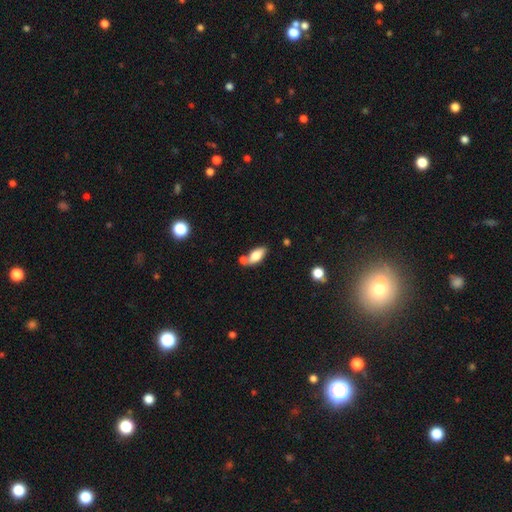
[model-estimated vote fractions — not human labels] smooth 75%, featured or disk 18%, star or artifact 7%. Down the decision tree: how rounded — in between (85%); merging — none (59%).